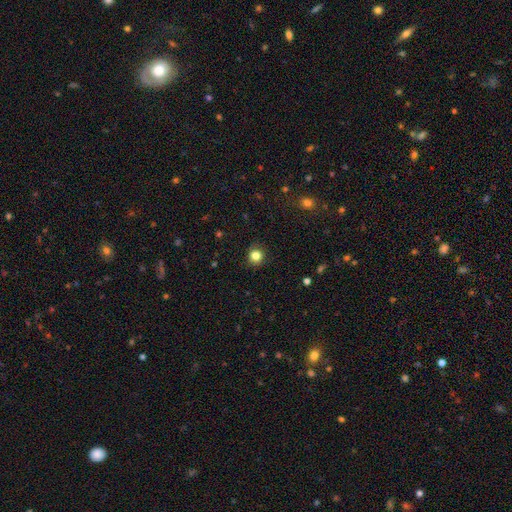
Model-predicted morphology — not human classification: Smooth or featured? smooth (83%)
How rounded? round (87%)
Merging? none (87%)